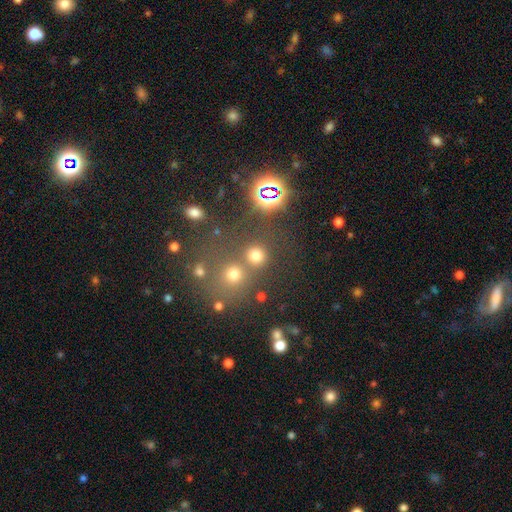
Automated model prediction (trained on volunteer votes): A smooth galaxy with no disk features (72%) that is round (89%).

Vote fractions:
- Smooth or featured? smooth: 72% / star or artifact: 22% / featured or disk: 7%
- How rounded? round: 89% / in between: 10% / cigar-shaped: 1%
- Merging? none: 64% / merger: 24% / minor disturbance: 7% / major disturbance: 5%